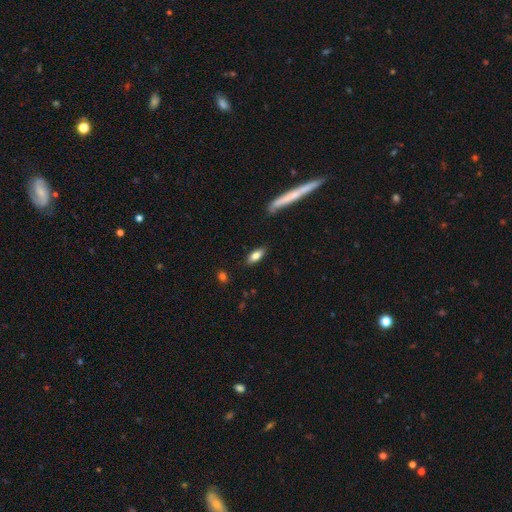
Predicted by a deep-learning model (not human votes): Q: Smooth or featured?
A: smooth (80%); runner-up: featured or disk (13%)
Q: How rounded?
A: in between (77%); runner-up: cigar-shaped (20%)
Q: Merging?
A: none (85%); runner-up: minor disturbance (11%)